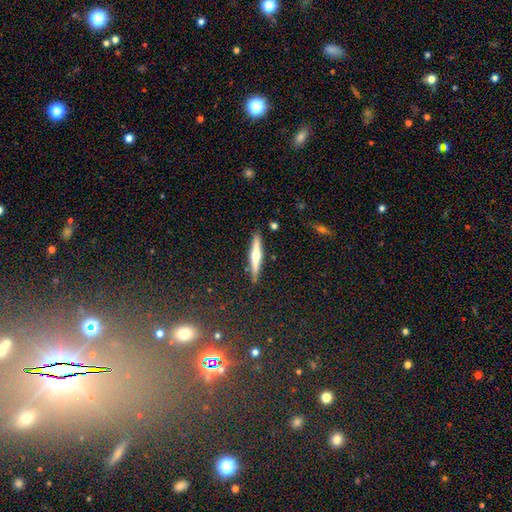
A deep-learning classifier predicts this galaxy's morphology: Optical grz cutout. It shows a featured or disk galaxy (55%) viewed edge-on (96%) with a rounded central bulge (84%). Merging: none (89%).